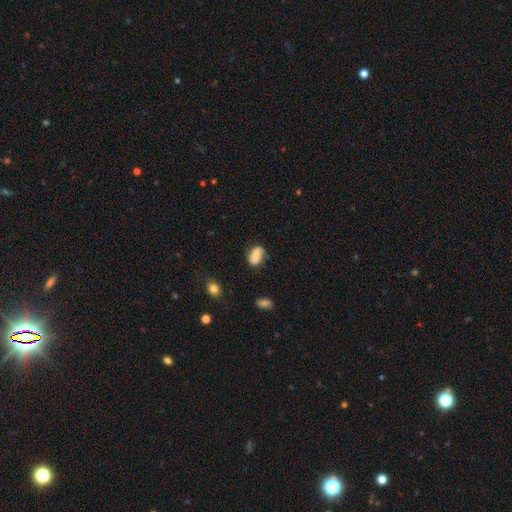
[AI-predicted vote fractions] This is likely a smooth galaxy (66%). How rounded: clearly in between (87%). Merging: likely none (64%).